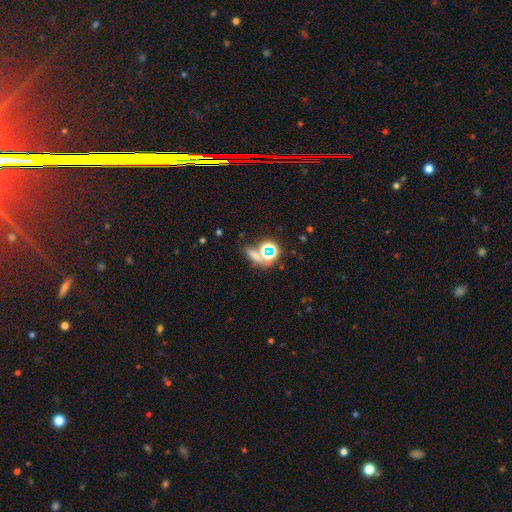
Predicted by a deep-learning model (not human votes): The model was most divided on "smooth or featured": star or artifact: 47%, smooth: 41%, featured or disk: 12%.